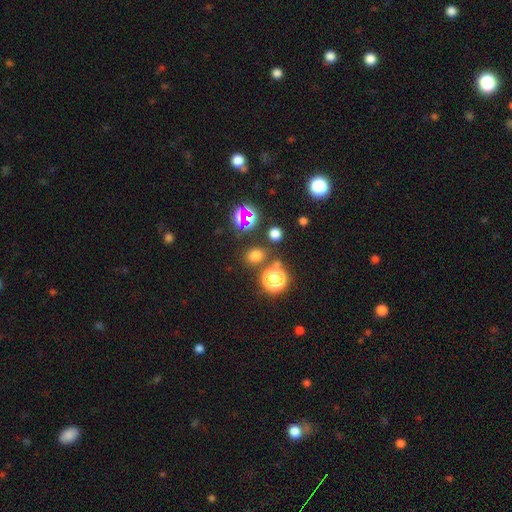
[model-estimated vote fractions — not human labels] Smooth or featured? Predicted: smooth (p=0.65). How rounded? Predicted: round (p=0.53). Merging? Predicted: none (p=0.79).